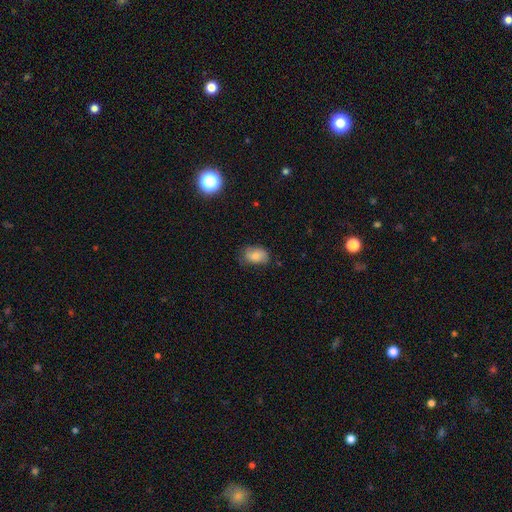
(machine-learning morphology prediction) The model was most divided on "merging": none: 68%, minor disturbance: 25%, major disturbance: 6%, merger: 1%. More confident: how rounded — in between (85%); smooth or featured — smooth (80%).